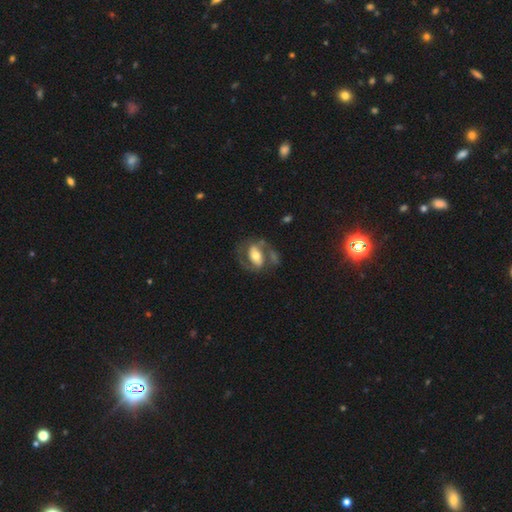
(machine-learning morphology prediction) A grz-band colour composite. It shows a featured or disk galaxy (69%) with a strong bar (41%), spiral arms (74%) and a moderate central bulge (63%). Merging: none (56%).